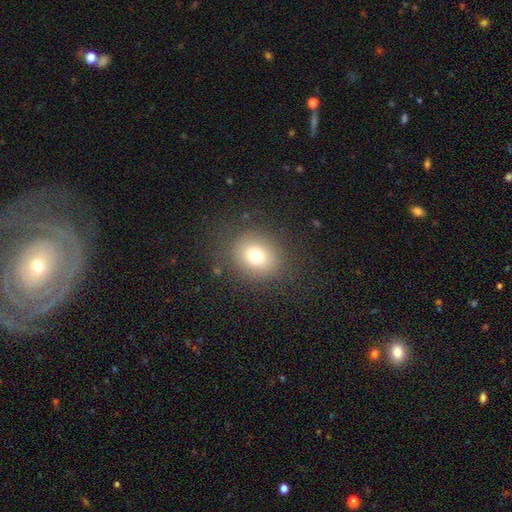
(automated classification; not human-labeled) A smooth galaxy with no disk features (74%) that is round (77%).

Vote fractions:
- Smooth or featured? smooth: 74% / star or artifact: 15% / featured or disk: 11%
- How rounded? round: 77% / in between: 23% / cigar-shaped: 1%
- Merging? none: 84% / minor disturbance: 9% / major disturbance: 6% / merger: 1%